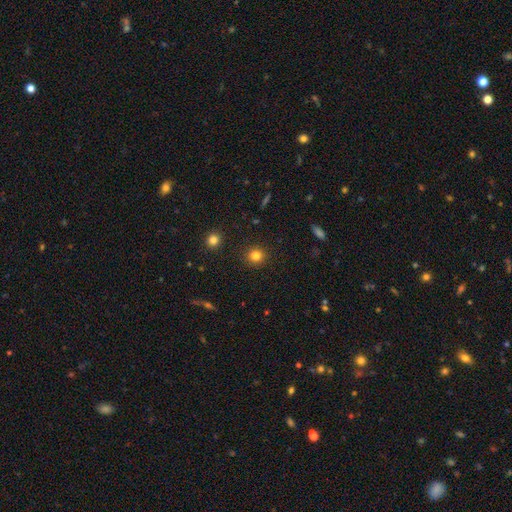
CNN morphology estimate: A smooth galaxy with no disk features (81%) that is round (92%).

Vote fractions:
- Smooth or featured? smooth: 81% / star or artifact: 13% / featured or disk: 6%
- How rounded? round: 92% / in between: 7% / cigar-shaped: 1%
- Merging? none: 91% / minor disturbance: 5% / major disturbance: 2% / merger: 1%